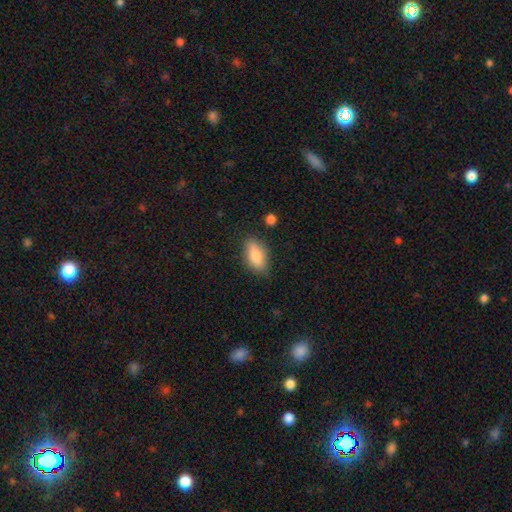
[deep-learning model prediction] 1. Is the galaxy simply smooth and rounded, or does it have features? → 79% smooth, 14% featured or disk, 7% star or artifact.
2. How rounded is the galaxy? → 85% in between, 11% cigar-shaped, 4% round.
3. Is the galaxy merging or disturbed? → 81% none, 14% minor disturbance, 3% major disturbance, 2% merger.